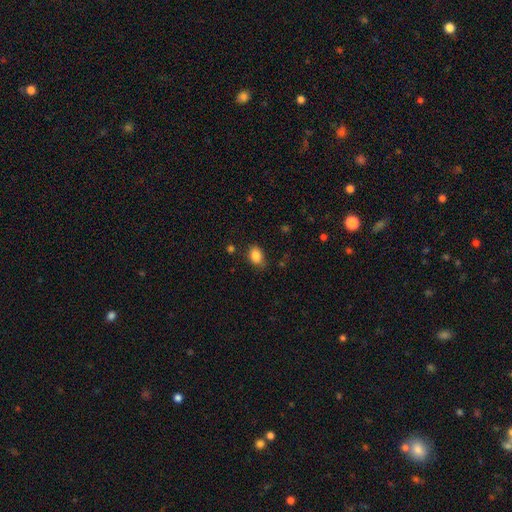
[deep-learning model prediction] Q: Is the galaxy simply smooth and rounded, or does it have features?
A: smooth — 85%.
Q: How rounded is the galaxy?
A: in between — 73%.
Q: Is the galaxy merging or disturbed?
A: none — 75%.